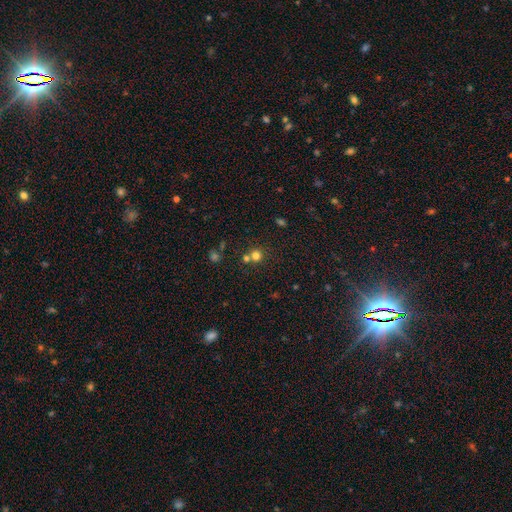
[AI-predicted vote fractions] This is likely a smooth galaxy (73%). How rounded: clearly round (90%). Merging: likely none (61%).